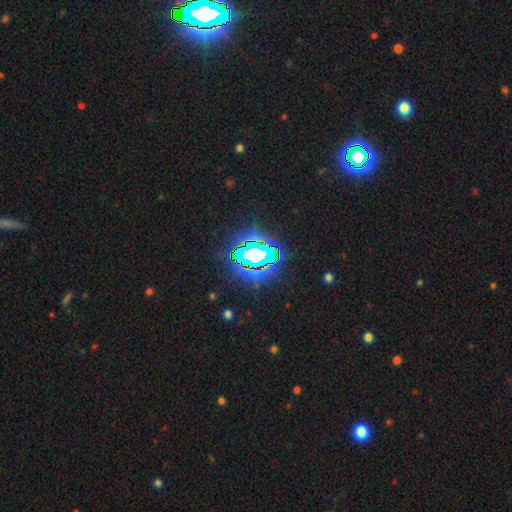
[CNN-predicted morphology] Overall: star or artifact (71%).